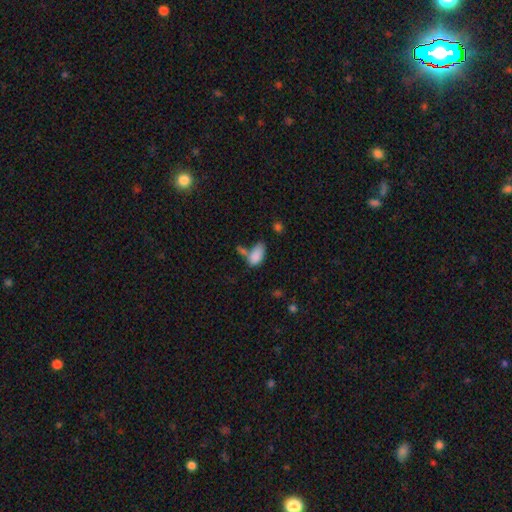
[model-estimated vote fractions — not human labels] A smooth galaxy with no disk features (84%) that is in between round and cigar-shaped (92%).

Vote fractions:
- Smooth or featured? smooth: 84% / star or artifact: 9% / featured or disk: 7%
- How rounded? in between: 92% / cigar-shaped: 5% / round: 4%
- Merging? none: 39% / merger: 30% / minor disturbance: 20% / major disturbance: 11%